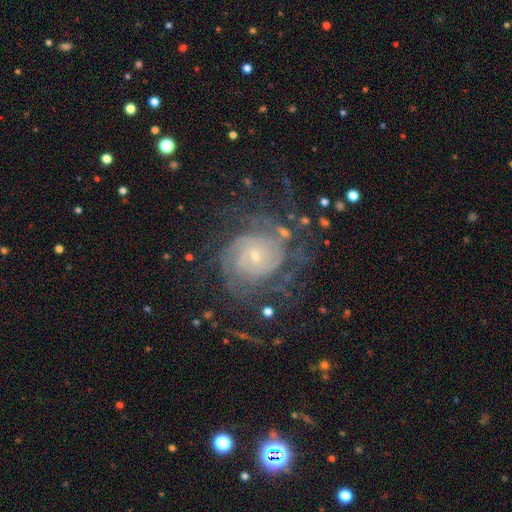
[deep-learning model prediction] Smooth or featured? Predicted: featured or disk (p=0.84). Edge-on disk? Predicted: no (p=0.97). Bar? Predicted: no (p=0.71). Spiral arms? Predicted: yes (p=0.95). Spiral winding? Predicted: tight (p=0.70). Spiral arm count? Predicted: can't tell (p=0.34). Bulge size? Predicted: small (p=0.75). Merging? Predicted: none (p=0.66).